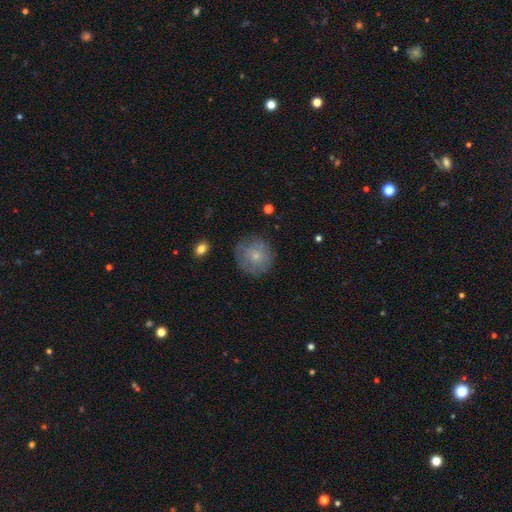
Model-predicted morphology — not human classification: smooth_or_featured: smooth (p=0.70) [alt: featured or disk p=0.22]
how_rounded: round (p=0.93) [alt: in between p=0.06]
merging: none (p=0.77) [alt: minor disturbance p=0.16]